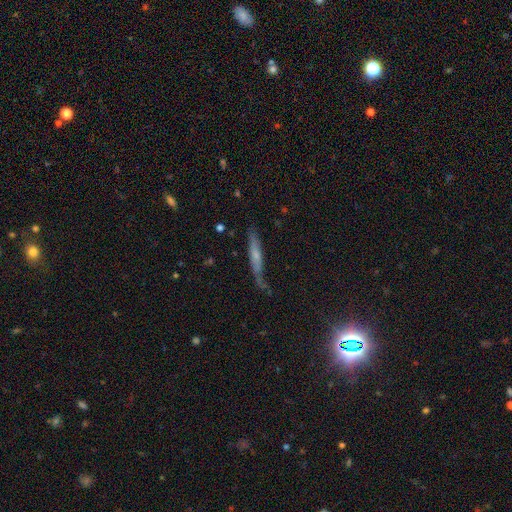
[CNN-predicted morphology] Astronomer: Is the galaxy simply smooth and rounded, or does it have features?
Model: featured or disk — 48% (runner-up: smooth, 43%).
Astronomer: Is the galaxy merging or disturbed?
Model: none — 54%.